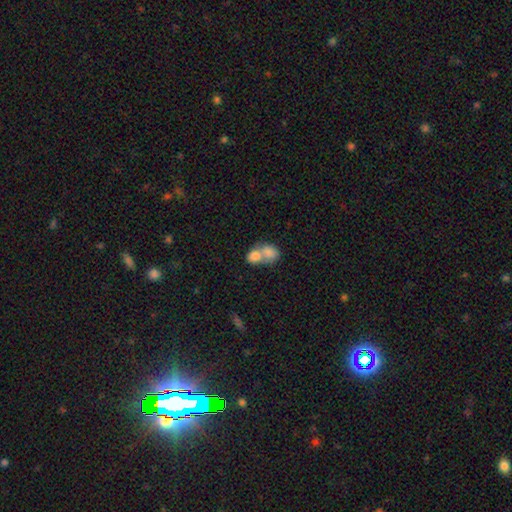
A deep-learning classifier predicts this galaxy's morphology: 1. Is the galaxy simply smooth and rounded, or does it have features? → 80% smooth, 13% featured or disk, 7% star or artifact.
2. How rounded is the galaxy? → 61% in between, 37% round, 1% cigar-shaped.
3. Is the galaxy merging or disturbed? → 76% merger, 16% none, 5% minor disturbance, 3% major disturbance.